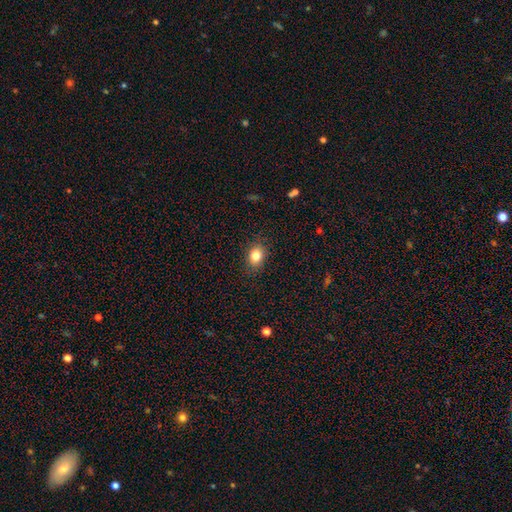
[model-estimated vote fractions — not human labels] This appears to be a smooth galaxy with no disk features (84%) that is in between round and cigar-shaped (60%). Merging: none (86%).